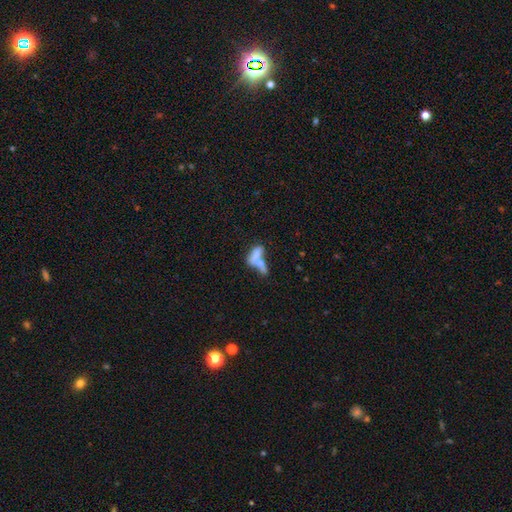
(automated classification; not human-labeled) This appears to be a smooth galaxy with no disk features (64%) that is in between round and cigar-shaped (70%). Merging: merger (61%).